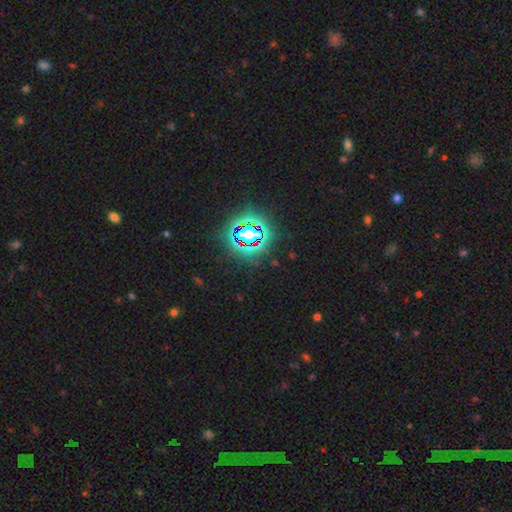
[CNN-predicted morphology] A star or artifact, not a galaxy (84%).

Vote fractions:
- Smooth or featured? star or artifact: 84% / smooth: 10% / featured or disk: 6%